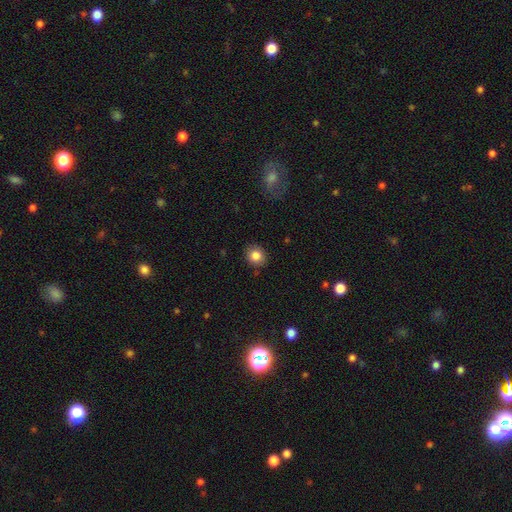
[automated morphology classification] A smooth galaxy with no disk features (84%) that is round (77%). Merging: none (88%).